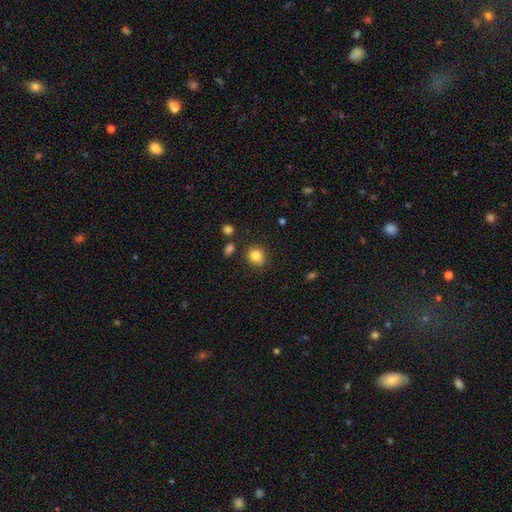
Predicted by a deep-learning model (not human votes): A smooth galaxy with no disk features (84%) that is round (78%). Merging: none (79%).